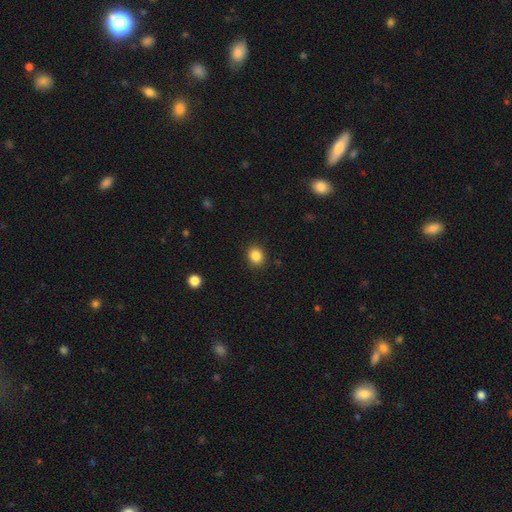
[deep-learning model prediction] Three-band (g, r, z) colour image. It shows a smooth galaxy with no disk features (86%) that is round (73%). Merging: none (90%).